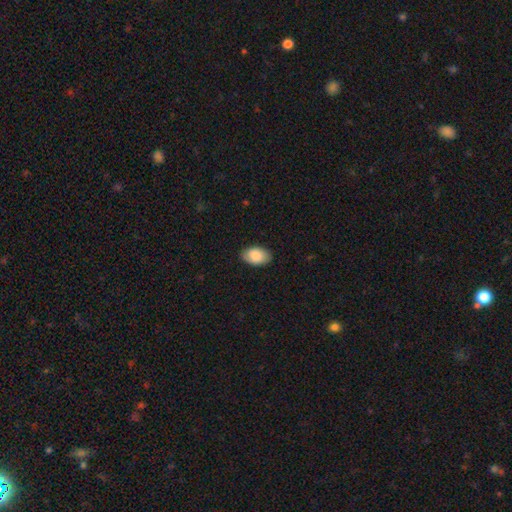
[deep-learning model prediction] This appears to be a smooth galaxy with no disk features (87%) that is in between round and cigar-shaped (92%). Merging: none (87%).